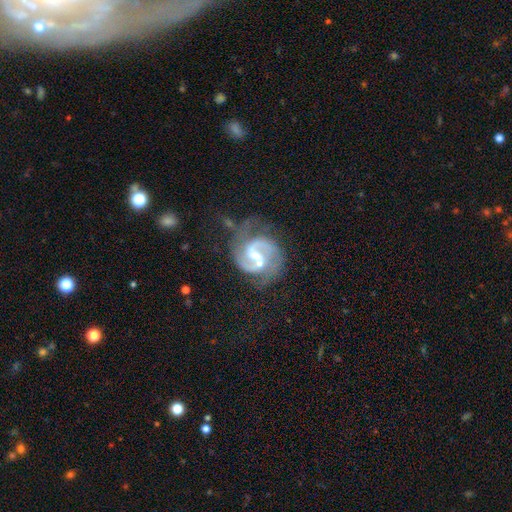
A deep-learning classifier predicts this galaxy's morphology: A featured or disk galaxy (89%) with a weak bar (49%), 2 (86%) medium (57%) spiral arms (97%) and a small central bulge (50%).

Vote fractions:
- Smooth or featured? featured or disk: 89% / smooth: 6% / star or artifact: 5%
- Edge-on disk? no: 98% / yes: 2%
- Bar? weak: 49% / no: 35% / strong: 16%
- Spiral arms? yes: 97% / no: 3%
- Spiral winding? medium: 57% / tight: 27% / loose: 16%
- Spiral arm count? 2: 86% / can't tell: 5% / 3: 4% / 1: 3% / 4: 1% / more than 4: 1%
- Bulge size? small: 50% / moderate: 44% / none: 2% / large: 2% / dominant: 1%
- Merging? none: 47% / minor disturbance: 20% / merger: 19% / major disturbance: 14%